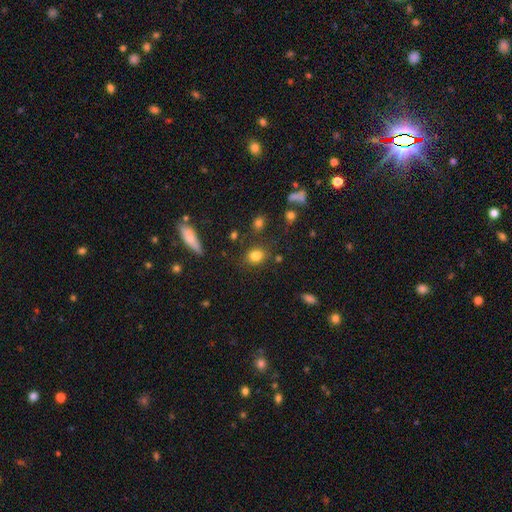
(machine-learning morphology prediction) smooth_or_featured: smooth (p=0.82) [alt: star or artifact p=0.11]
how_rounded: round (p=0.58) [alt: in between p=0.40]
merging: none (p=0.81) [alt: minor disturbance p=0.11]